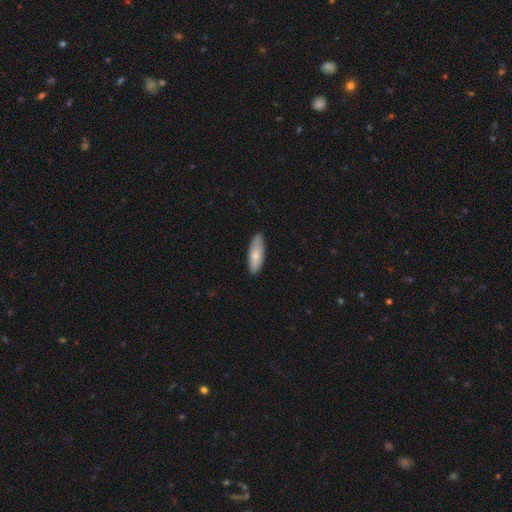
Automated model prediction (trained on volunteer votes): smooth_or_featured: smooth (p=0.76) [alt: featured or disk p=0.18]
how_rounded: in between (p=0.61) [alt: cigar-shaped p=0.37]
merging: none (p=0.84) [alt: minor disturbance p=0.13]